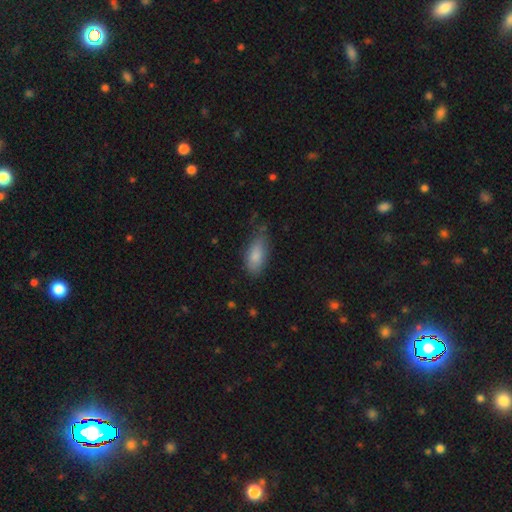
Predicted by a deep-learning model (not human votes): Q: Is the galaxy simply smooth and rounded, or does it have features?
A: smooth — 84%.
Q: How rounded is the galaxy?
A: in between — 89%.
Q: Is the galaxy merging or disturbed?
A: none — 62%.